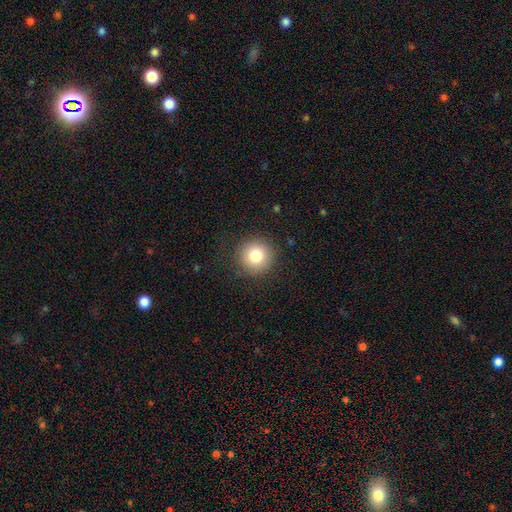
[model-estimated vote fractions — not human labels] smooth_or_featured: smooth (p=0.82) [alt: star or artifact p=0.10]
how_rounded: round (p=0.95) [alt: in between p=0.04]
merging: none (p=0.88) [alt: minor disturbance p=0.08]